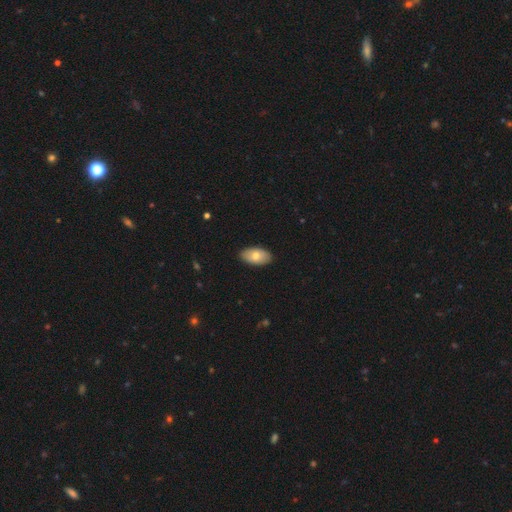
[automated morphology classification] This is likely a smooth galaxy (72%). How rounded: clearly in between (94%). Merging: clearly none (88%).